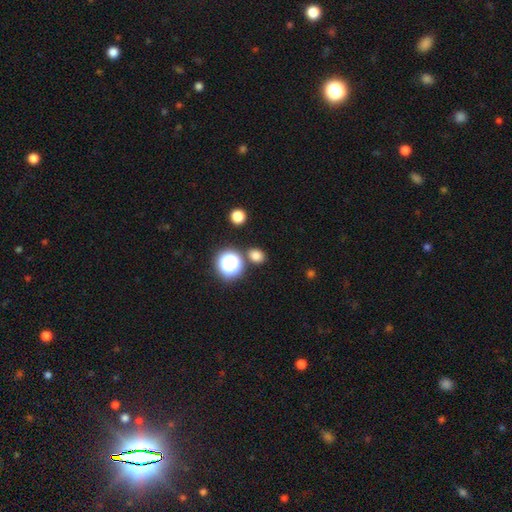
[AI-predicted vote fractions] This is likely a smooth galaxy (76%). How rounded: possibly round (57%). Merging: clearly none (82%).